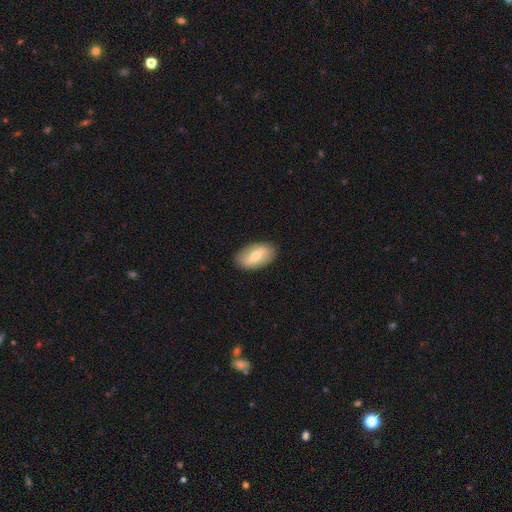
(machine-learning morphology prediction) A smooth galaxy with no disk features (51%) that is in between round and cigar-shaped (91%).

Vote fractions:
- Smooth or featured? smooth: 51% / featured or disk: 43% / star or artifact: 6%
- How rounded? in between: 91% / round: 6% / cigar-shaped: 4%
- Merging? none: 87% / minor disturbance: 9% / major disturbance: 3% / merger: 1%